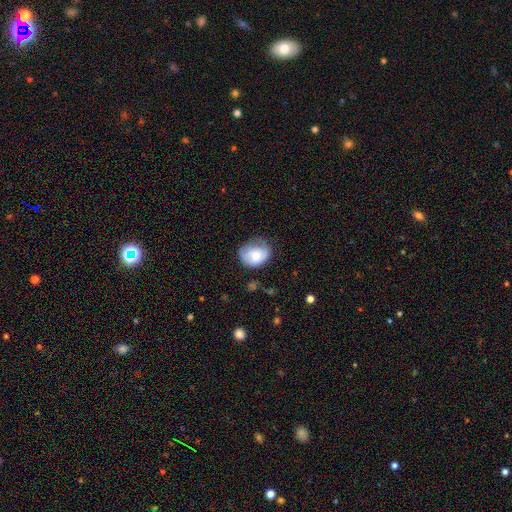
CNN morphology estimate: The model was most divided on "merging": none: 41%, minor disturbance: 37%, major disturbance: 20%, merger: 3%. More confident: smooth or featured — smooth (68%); how rounded — in between (52%).